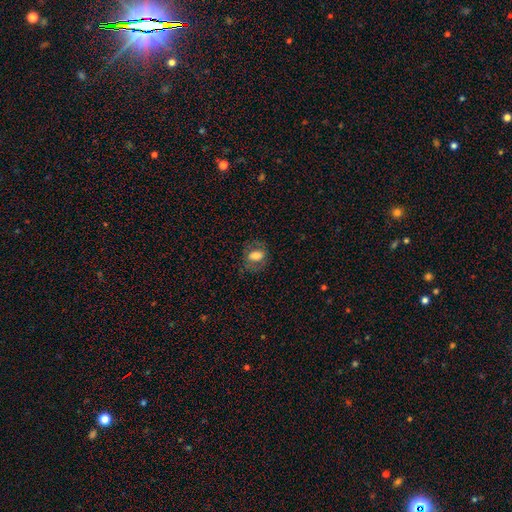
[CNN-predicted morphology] smooth_or_featured: smooth (p=0.65) [alt: featured or disk p=0.26]
how_rounded: in between (p=0.75) [alt: round p=0.23]
merging: none (p=0.71) [alt: minor disturbance p=0.17]